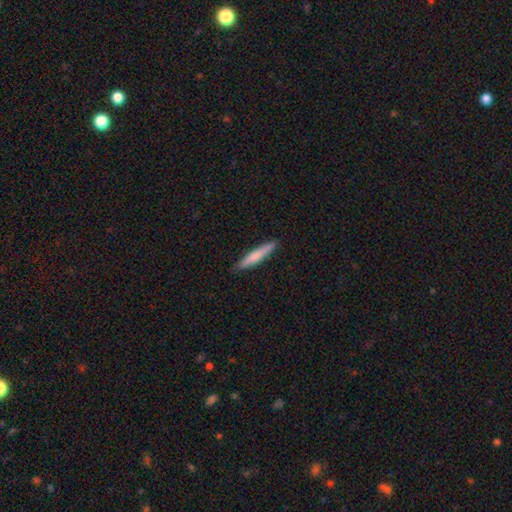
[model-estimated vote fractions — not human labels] Smooth or featured? smooth (69%)
How rounded? cigar-shaped (93%)
Merging? none (90%)